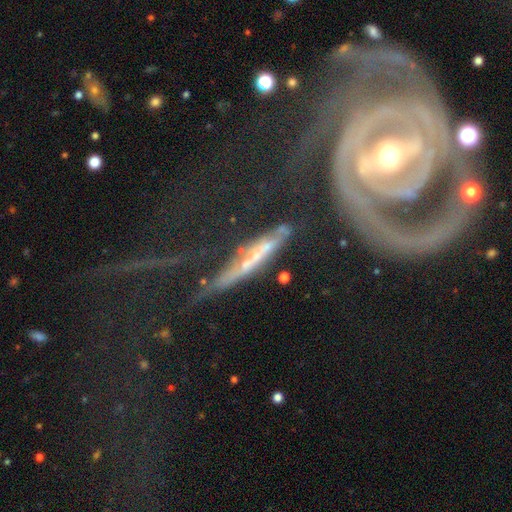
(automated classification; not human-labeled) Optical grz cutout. It shows a featured or disk galaxy (55%) viewed edge-on (63%). Merging: none (48%).